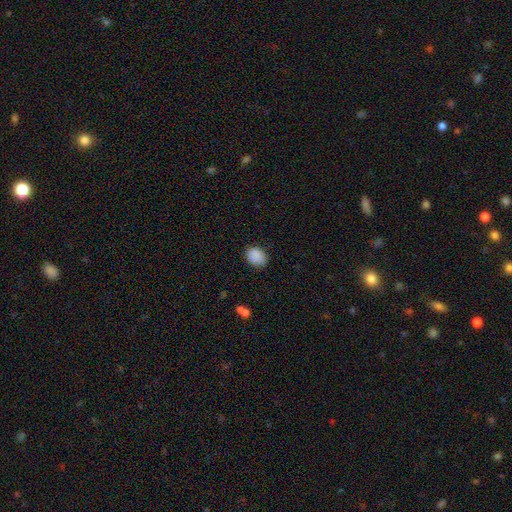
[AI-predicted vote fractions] Smooth or featured?
  - smooth: 88% *
  - star or artifact: 8%
  - featured or disk: 4%
How rounded?
  - in between: 61% *
  - round: 38%
  - cigar-shaped: 1%
Merging?
  - none: 82% *
  - minor disturbance: 14%
  - major disturbance: 3%
  - merger: 1%